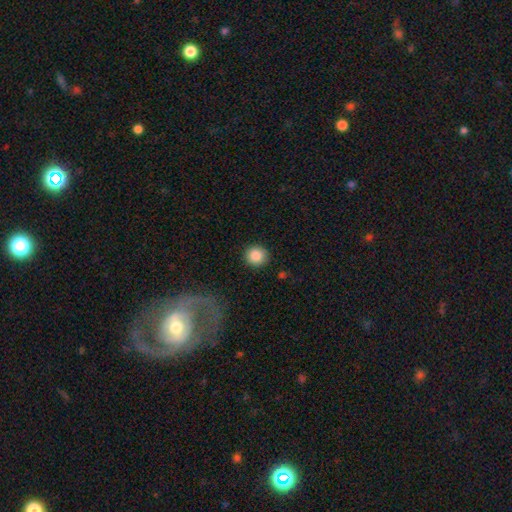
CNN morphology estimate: type=smooth (87%); roundness=round (92%); merging=none (90%).